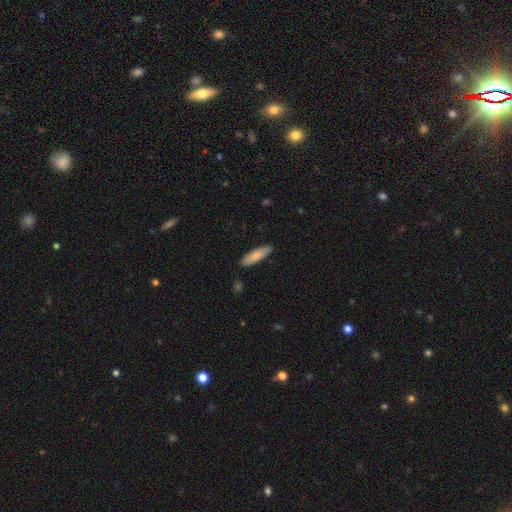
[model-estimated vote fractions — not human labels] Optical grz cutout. It shows a smooth galaxy with no disk features (80%) that is cigar-shaped (59%). Merging: none (87%).